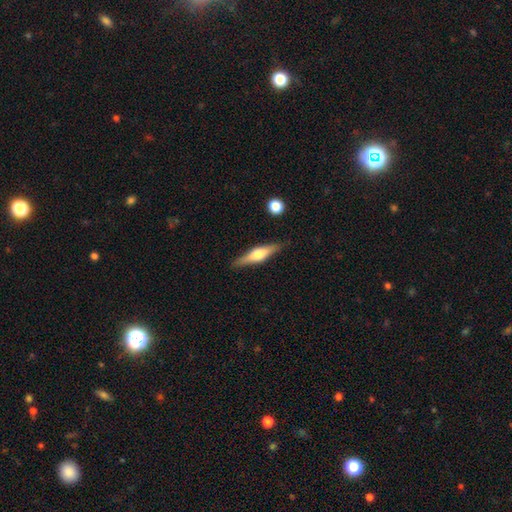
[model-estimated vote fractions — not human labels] Q: Smooth or featured?
A: featured or disk (62%); runner-up: smooth (32%)
Q: Edge-on disk?
A: yes (96%); runner-up: no (4%)
Q: Edge-on bulge?
A: rounded (90%); runner-up: boxy (8%)
Q: Merging?
A: none (88%); runner-up: minor disturbance (9%)